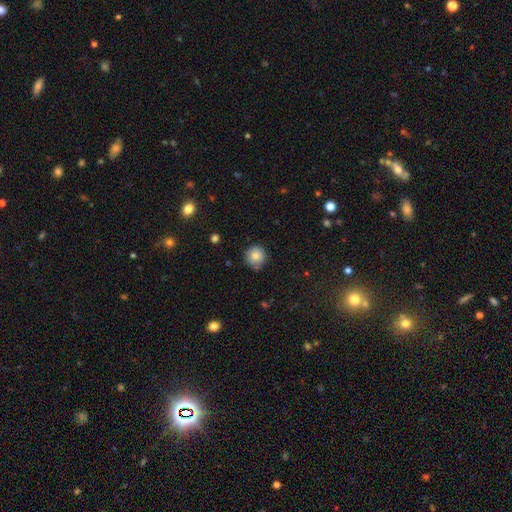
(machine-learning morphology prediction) Overall: smooth (81%). How rounded: round (94%). Merging: none (81%).